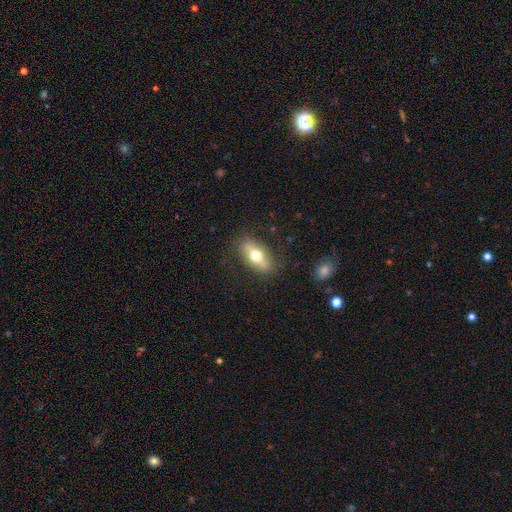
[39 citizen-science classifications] Smooth or featured? smooth (69%)
How rounded? in between (85%)
Merging? none (97%)